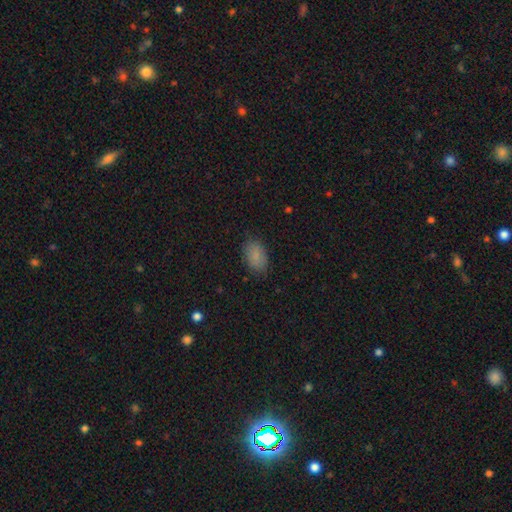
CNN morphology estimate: smooth-or-featured: smooth: 85% | star or artifact: 9% | featured or disk: 6%
  how-rounded: in between: 91% | round: 8% | cigar-shaped: 2%
  merging: none: 83% | minor disturbance: 13% | major disturbance: 3% | merger: 1%